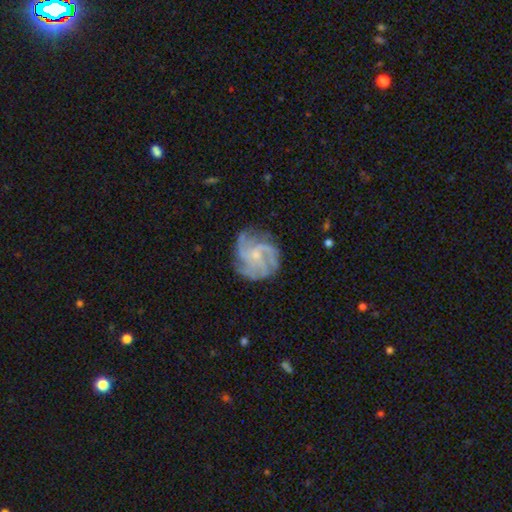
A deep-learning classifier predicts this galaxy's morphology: smooth_or_featured: featured or disk (p=0.84) [alt: smooth p=0.09]
disk_edge_on: no (p=0.98) [alt: yes p=0.02]
bar: no (p=0.67) [alt: weak p=0.29]
has_spiral_arms: yes (p=0.96) [alt: no p=0.04]
spiral_winding: medium (p=0.47) [alt: tight p=0.38]
spiral_arm_count: 4 (p=0.44) [alt: 3 p=0.18]
bulge_size: small (p=0.73) [alt: moderate p=0.17]
merging: none (p=0.74) [alt: minor disturbance p=0.17]